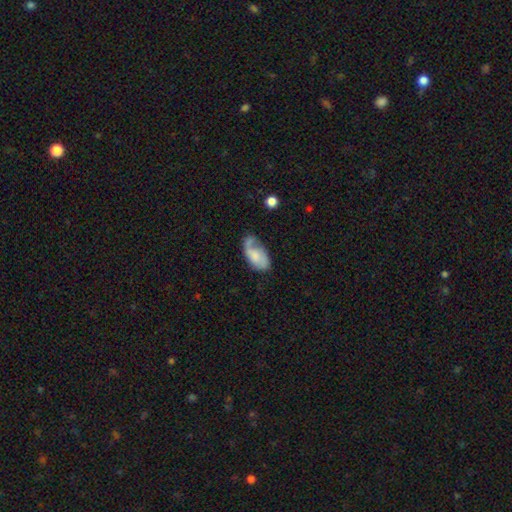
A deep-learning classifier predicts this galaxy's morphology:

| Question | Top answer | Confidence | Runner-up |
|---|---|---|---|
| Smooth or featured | smooth | 49% | featured or disk (44%) |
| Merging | none | 39% | minor disturbance (32%) |